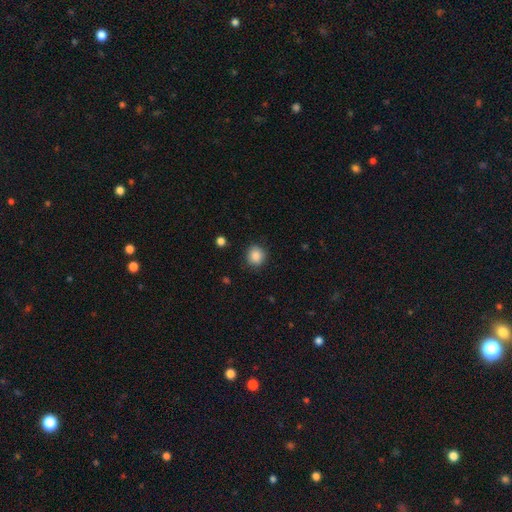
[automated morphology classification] This appears to be a smooth galaxy with no disk features (87%) that is round (87%). Merging: none (87%).